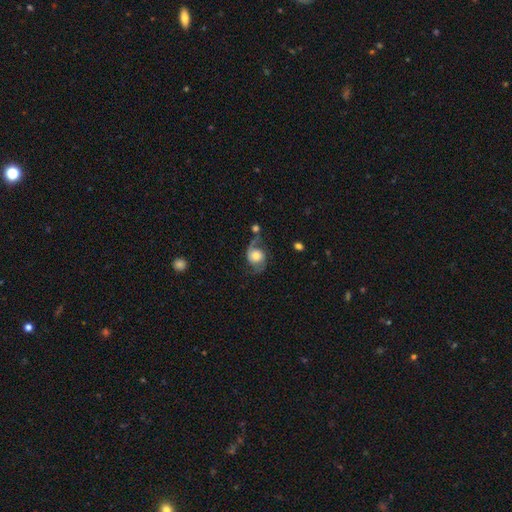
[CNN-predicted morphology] This is likely a featured or disk galaxy (67%). It is clearly not viewed edge-on (97%). Bar: likely no (73%). Spiral arm pattern: clearly yes (91%). Spiral arm count: clearly 2 (82%). Spiral winding: possibly loose (51%). Central bulge: possibly moderate (48%). Merging: possibly none (50%).